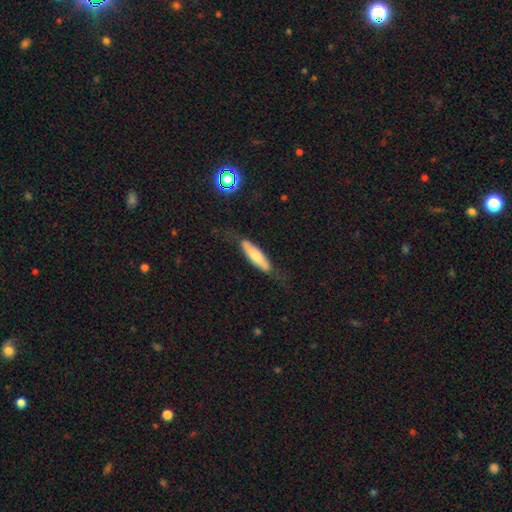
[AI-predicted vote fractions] Overall: smooth (65%; featured or disk 29%). How rounded: cigar-shaped (65%; in between 33%). Merging: none (69%).